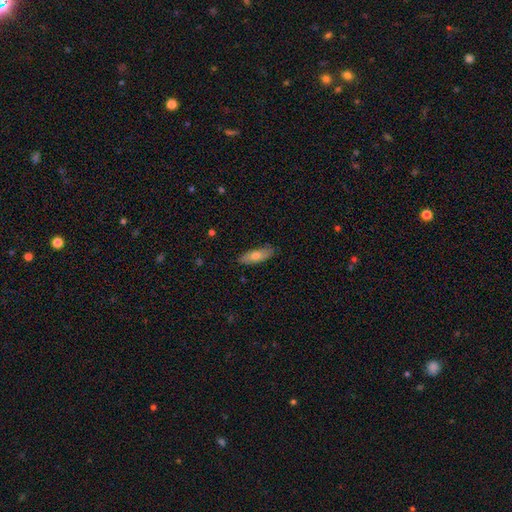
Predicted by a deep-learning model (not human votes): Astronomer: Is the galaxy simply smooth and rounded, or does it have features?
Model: smooth — 70%.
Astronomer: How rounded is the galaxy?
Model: in between — 59% (runner-up: cigar-shaped, 38%).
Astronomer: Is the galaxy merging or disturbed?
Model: none — 85%.